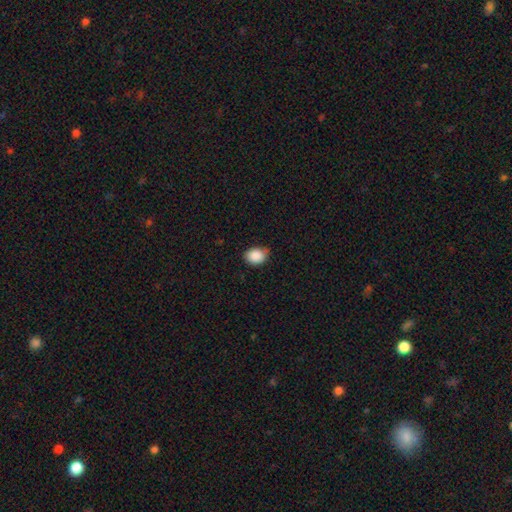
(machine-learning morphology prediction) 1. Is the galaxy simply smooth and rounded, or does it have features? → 89% smooth, 8% star or artifact, 3% featured or disk.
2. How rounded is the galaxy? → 62% in between, 38% round, 1% cigar-shaped.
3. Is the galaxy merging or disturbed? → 73% none, 22% minor disturbance, 3% major disturbance, 1% merger.